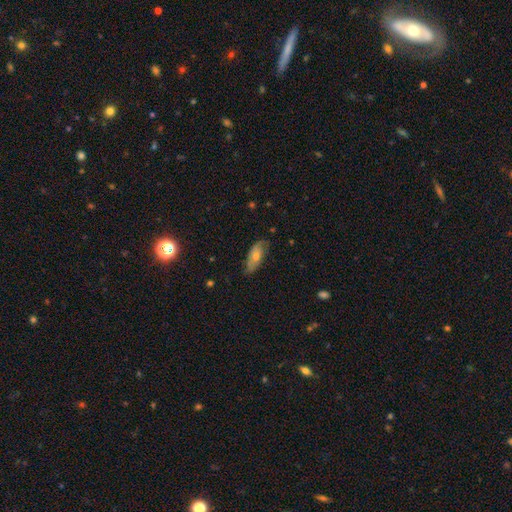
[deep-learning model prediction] Morphology: type=smooth (46%); merging=none (74%).